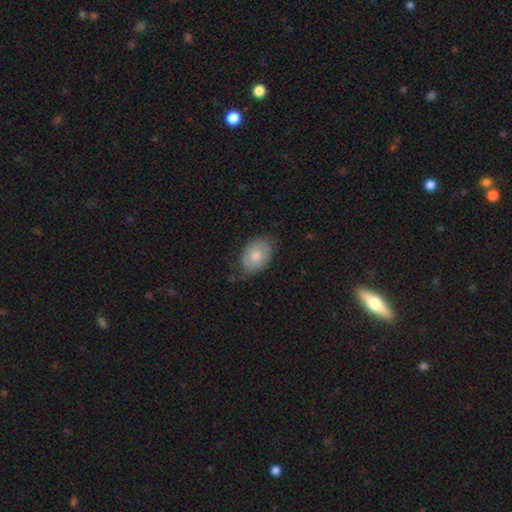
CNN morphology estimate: type=smooth (73%); roundness=in between (84%); merging=none (70%).